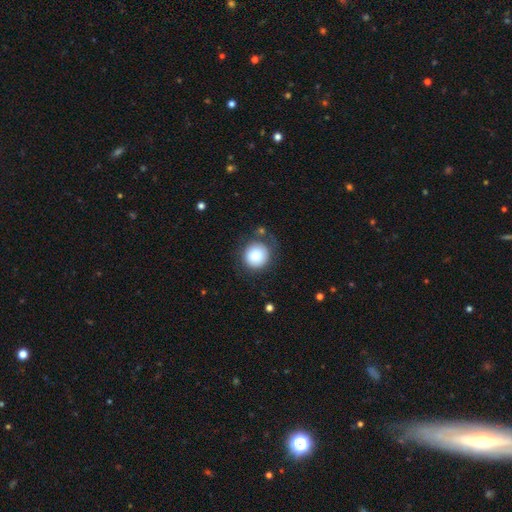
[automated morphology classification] Smooth or featured? Predicted: smooth (p=0.85). How rounded? Predicted: round (p=0.92). Merging? Predicted: none (p=0.71).